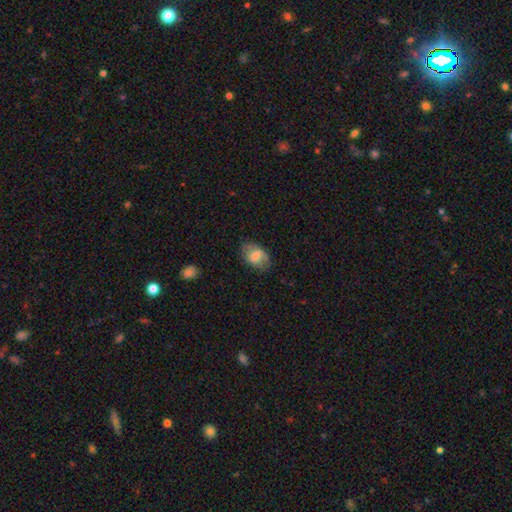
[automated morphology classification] type=smooth (68%); roundness=in between (83%); merging=none (70%).